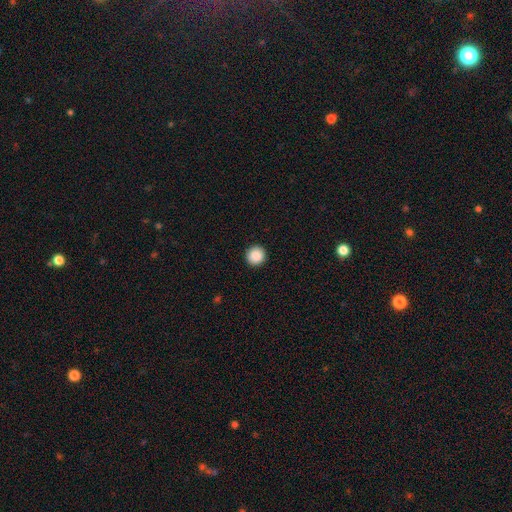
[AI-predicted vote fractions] Smooth or featured: smooth — 89% (star or artifact — 9%)
How rounded: round — 96% (in between — 3%)
Merging: none — 93% (minor disturbance — 4%)